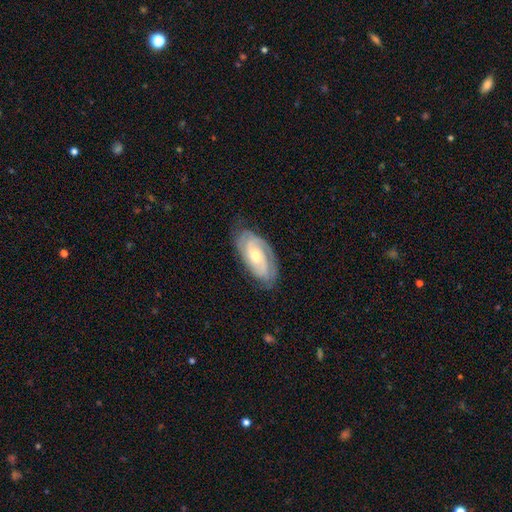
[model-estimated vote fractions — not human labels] Smooth or featured: featured or disk — 76% (smooth — 19%)
Edge-on disk: no — 93% (yes — 7%)
Bar: no — 65% (weak — 27%)
Spiral arms: yes — 92% (no — 8%)
Spiral winding: tight — 59% (medium — 32%)
Spiral arm count: 2 — 48% (can't tell — 28%)
Bulge size: moderate — 57% (small — 38%)
Merging: none — 74% (minor disturbance — 19%)